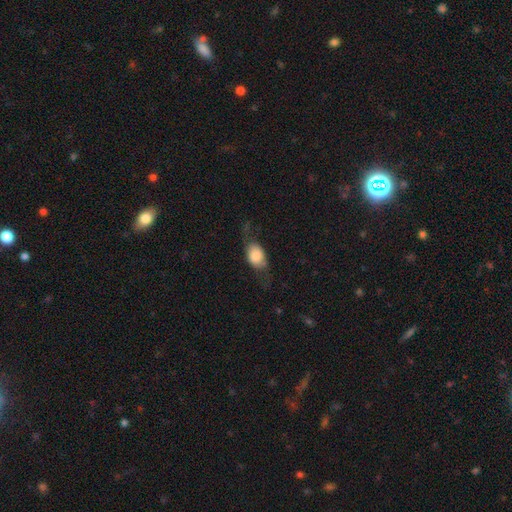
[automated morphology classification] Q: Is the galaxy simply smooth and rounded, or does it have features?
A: smooth — 64%.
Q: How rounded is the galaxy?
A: in between — 71%.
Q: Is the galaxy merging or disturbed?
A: none — 51%.